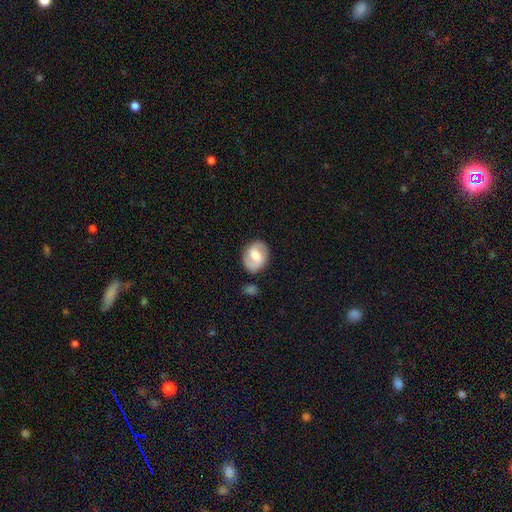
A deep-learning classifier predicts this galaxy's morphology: smooth-or-featured: featured or disk: 61% | smooth: 33% | star or artifact: 6%
  disk-edge-on: no: 97% | yes: 3%
    bar: weak: 50% | no: 26% | strong: 24%
    has-spiral-arms: yes: 82% | no: 18%
    bulge-size: moderate: 61% | large: 19% | small: 16% | none: 3% | dominant: 2%
  merging: none: 79% | minor disturbance: 14% | major disturbance: 4% | merger: 3%